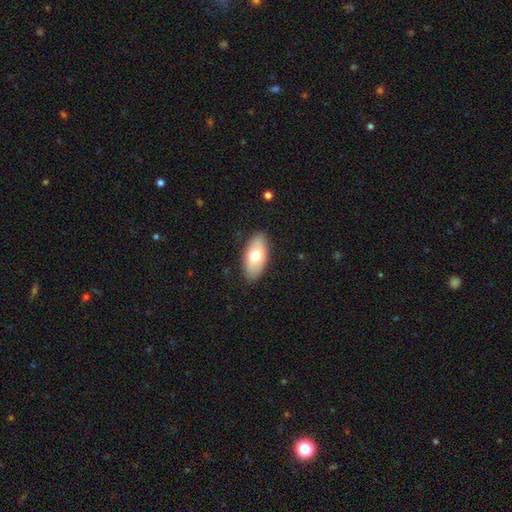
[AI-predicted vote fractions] A smooth galaxy with no disk features (69%) that is in between round and cigar-shaped (93%).

Vote fractions:
- Smooth or featured? smooth: 69% / featured or disk: 26% / star or artifact: 6%
- How rounded? in between: 93% / cigar-shaped: 4% / round: 3%
- Merging? none: 86% / minor disturbance: 11% / major disturbance: 2% / merger: 1%